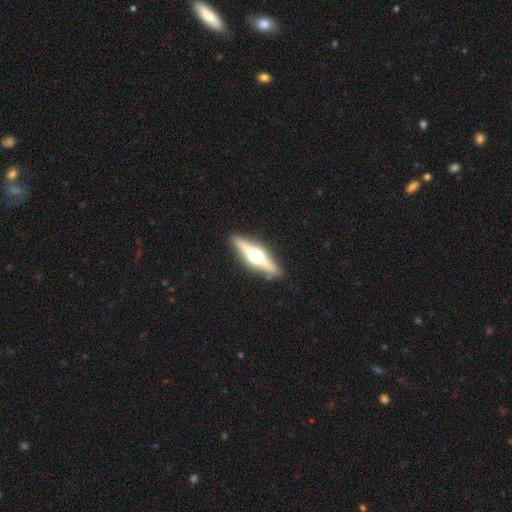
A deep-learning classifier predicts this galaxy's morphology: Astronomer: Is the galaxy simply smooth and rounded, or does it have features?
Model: featured or disk — 74%.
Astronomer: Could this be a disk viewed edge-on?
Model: yes — 97%.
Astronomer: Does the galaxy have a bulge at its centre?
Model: rounded — 96%.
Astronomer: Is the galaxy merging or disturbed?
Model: none — 90%.